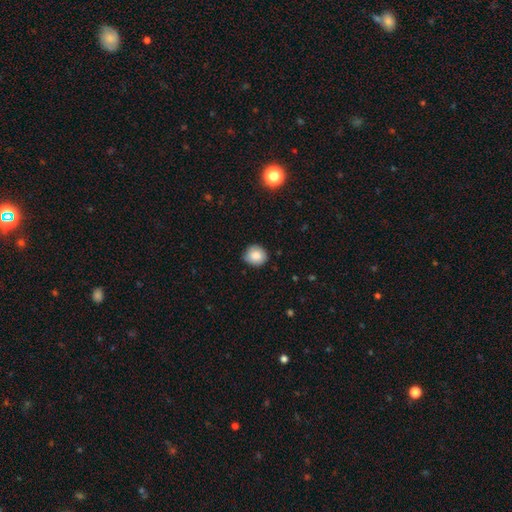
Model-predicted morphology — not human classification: This is clearly a smooth galaxy (85%). How rounded: clearly round (84%). Merging: clearly none (83%).